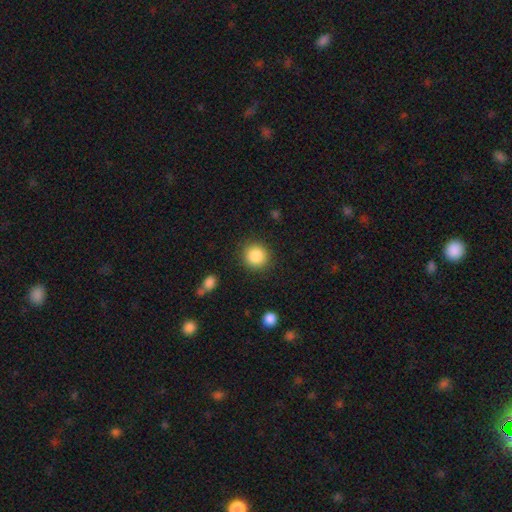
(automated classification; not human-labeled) smooth_or_featured: smooth (p=0.87) [alt: star or artifact p=0.09]
how_rounded: round (p=0.93) [alt: in between p=0.06]
merging: none (p=0.89) [alt: minor disturbance p=0.07]